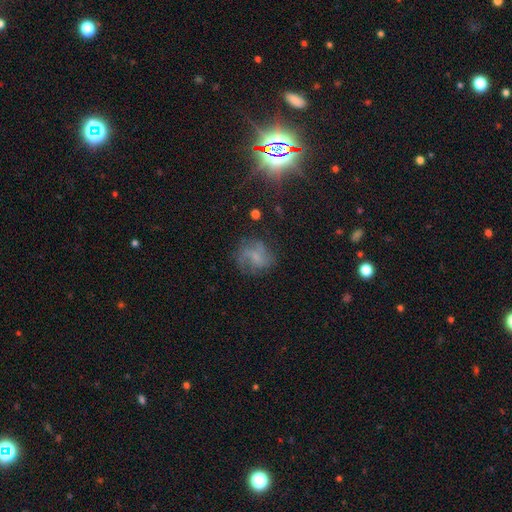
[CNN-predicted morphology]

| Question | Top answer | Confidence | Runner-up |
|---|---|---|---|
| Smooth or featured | featured or disk | 50% | smooth (34%) |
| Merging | none | 63% | minor disturbance (20%) |